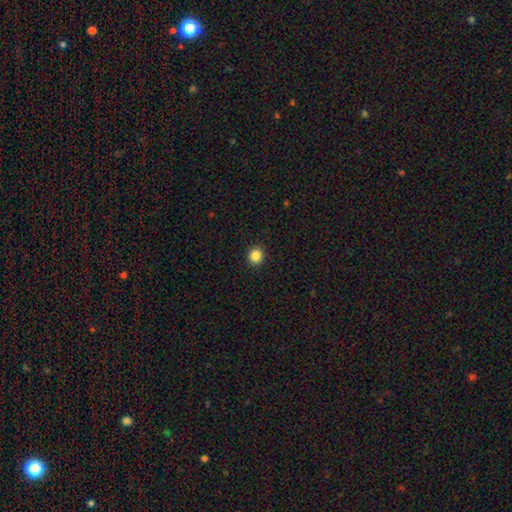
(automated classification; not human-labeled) A smooth galaxy with no disk features (85%) that is round (92%). Merging: none (93%).